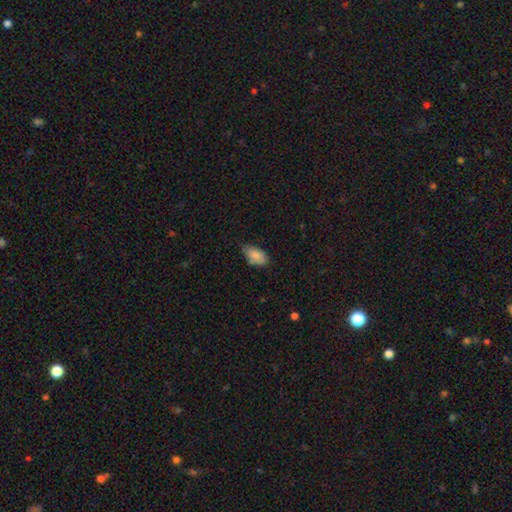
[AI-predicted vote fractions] This appears to be a smooth galaxy with no disk features (84%) that is in between round and cigar-shaped (93%). Merging: none (60%).